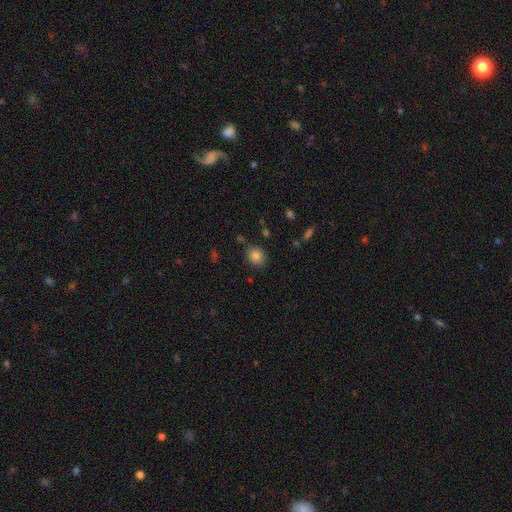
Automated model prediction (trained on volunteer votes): Overall: smooth (83%). How rounded: round (74%). Merging: none (85%).